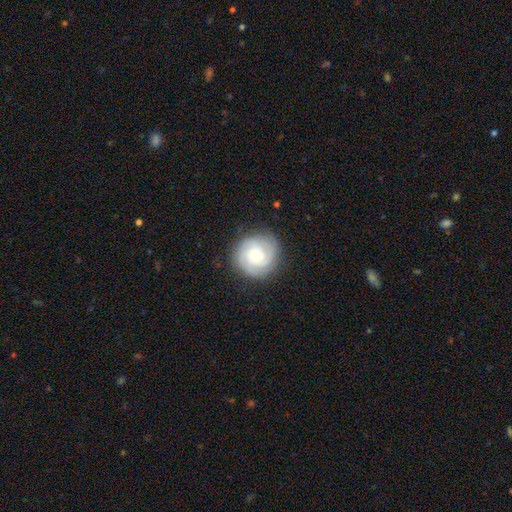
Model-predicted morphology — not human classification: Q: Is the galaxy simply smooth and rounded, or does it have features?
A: featured or disk — 74%.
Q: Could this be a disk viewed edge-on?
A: no — 98%.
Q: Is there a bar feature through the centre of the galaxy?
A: no — 73%.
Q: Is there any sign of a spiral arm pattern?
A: yes — 96%.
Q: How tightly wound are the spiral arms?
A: tight — 72%.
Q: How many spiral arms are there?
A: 3 — 39%.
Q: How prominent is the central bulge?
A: small — 54%.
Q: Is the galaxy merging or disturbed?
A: none — 85%.